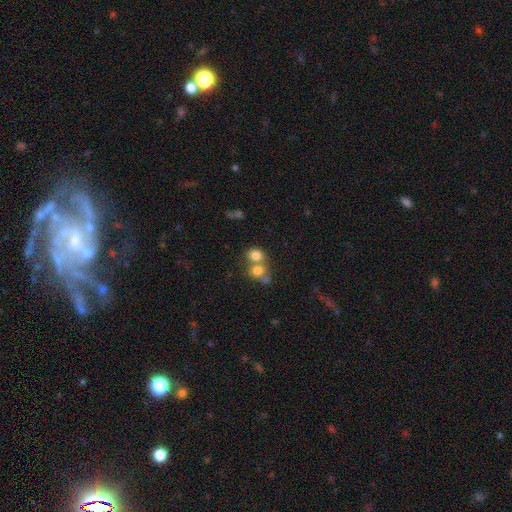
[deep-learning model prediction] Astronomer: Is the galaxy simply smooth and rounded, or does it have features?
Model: smooth — 77%.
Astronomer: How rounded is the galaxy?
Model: round — 69%.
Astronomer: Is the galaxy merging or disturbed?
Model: merger — 55% (runner-up: none, 35%).